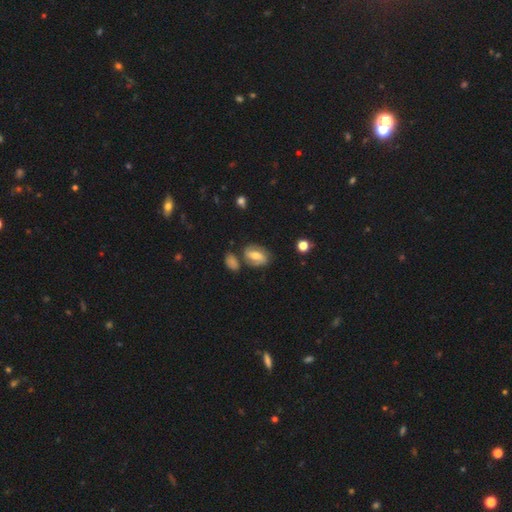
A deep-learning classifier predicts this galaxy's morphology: Smooth or featured? featured or disk (52%)
Edge-on disk? no (93%)
Merging? none (64%)